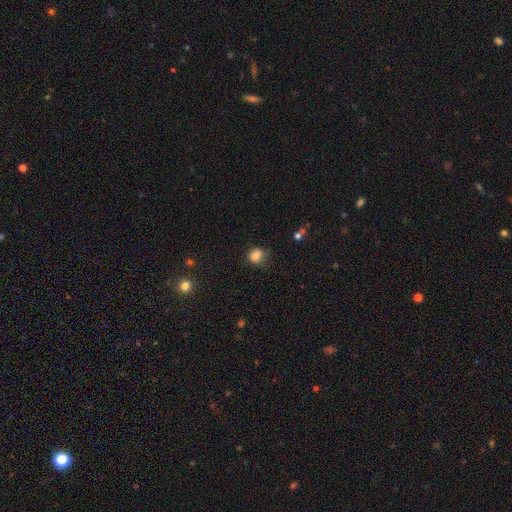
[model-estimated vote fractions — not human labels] Smooth or featured?
  - smooth: 82% *
  - star or artifact: 11%
  - featured or disk: 7%
How rounded?
  - round: 74% *
  - in between: 25%
  - cigar-shaped: 1%
Merging?
  - none: 67% *
  - minor disturbance: 24%
  - major disturbance: 7%
  - merger: 2%